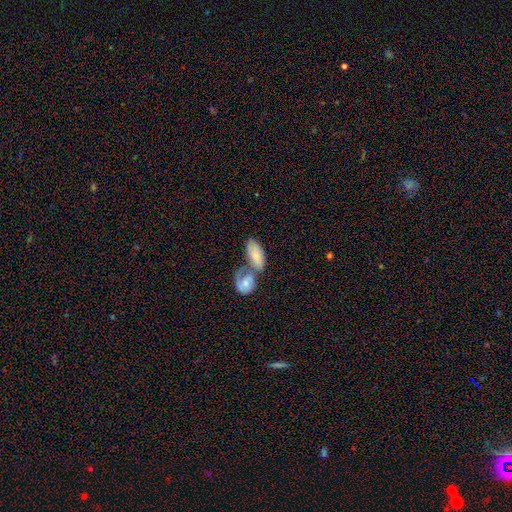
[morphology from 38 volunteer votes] Smooth or featured? 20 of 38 (53%) said smooth. How rounded? 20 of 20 (100%) said in between. Merging? 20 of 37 (54%) said merger.